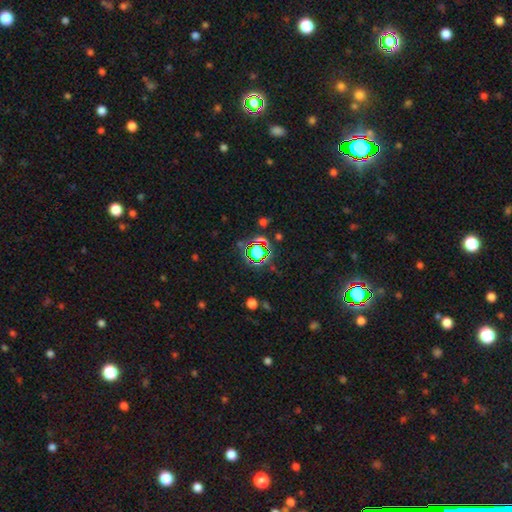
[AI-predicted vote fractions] This appears to be a star or artifact, not a galaxy (66%).